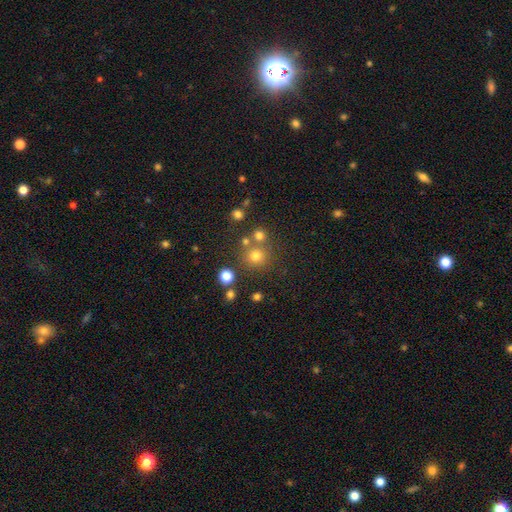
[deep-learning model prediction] smooth 72%, star or artifact 20%, featured or disk 9%. Down the decision tree: how rounded — round (91%); merging — none (72%).